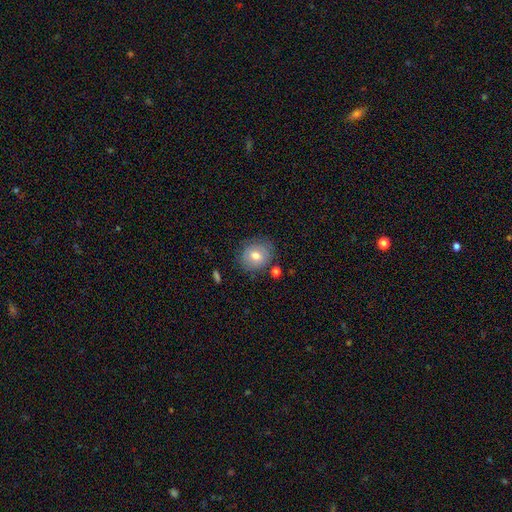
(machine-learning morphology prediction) Smooth or featured?
  - smooth: 71% *
  - featured or disk: 20%
  - star or artifact: 9%
How rounded?
  - round: 69% *
  - in between: 30%
  - cigar-shaped: 1%
Merging?
  - none: 76% *
  - minor disturbance: 16%
  - major disturbance: 5%
  - merger: 4%